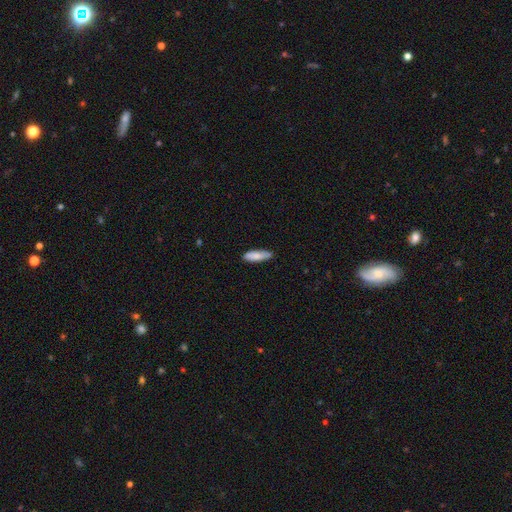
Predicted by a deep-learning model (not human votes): Smooth or featured? Predicted: smooth (p=0.83). How rounded? Predicted: cigar-shaped (p=0.53). Merging? Predicted: none (p=0.84).